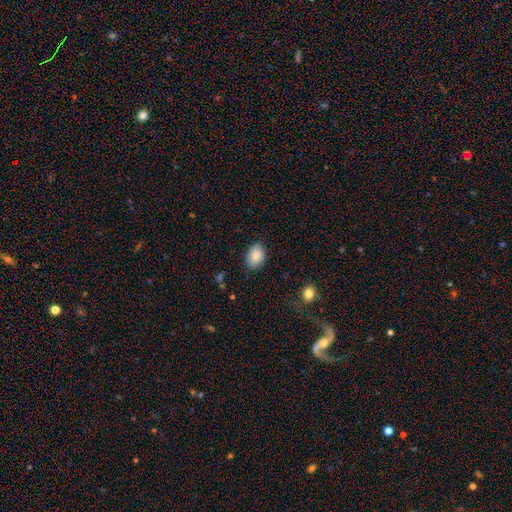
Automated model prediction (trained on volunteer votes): Smooth or featured: smooth — 87% (star or artifact — 7%)
How rounded: in between — 80% (round — 19%)
Merging: none — 83% (minor disturbance — 13%)